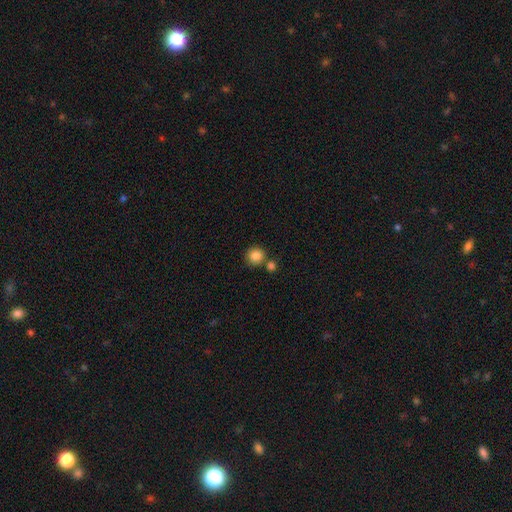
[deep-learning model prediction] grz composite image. It shows a smooth galaxy with no disk features (86%) that is round (89%). Merging: none (72%).